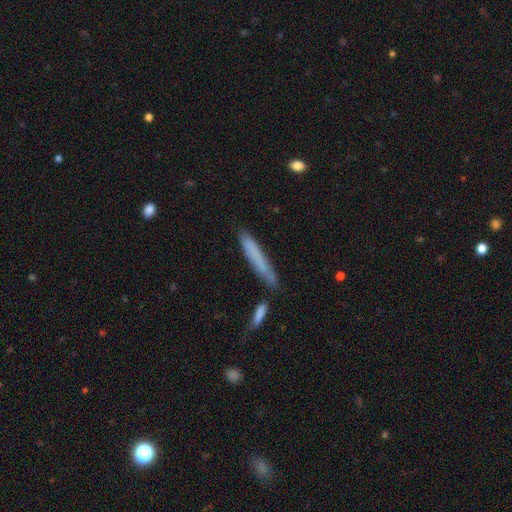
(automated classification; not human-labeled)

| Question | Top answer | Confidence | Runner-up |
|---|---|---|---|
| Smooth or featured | smooth | 69% | featured or disk (24%) |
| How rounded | cigar-shaped | 94% | in between (4%) |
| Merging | none | 72% | minor disturbance (16%) |